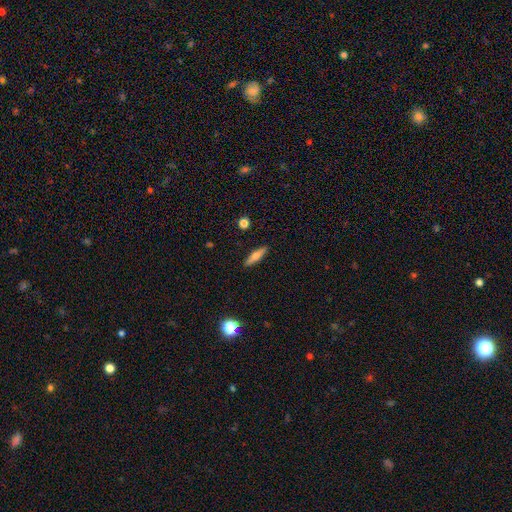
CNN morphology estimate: Q: Smooth or featured?
A: smooth (53%); runner-up: featured or disk (40%)
Q: How rounded?
A: cigar-shaped (73%); runner-up: in between (24%)
Q: Merging?
A: none (90%); runner-up: minor disturbance (7%)